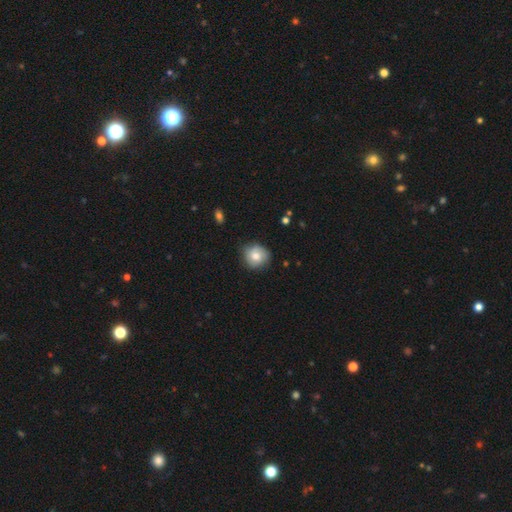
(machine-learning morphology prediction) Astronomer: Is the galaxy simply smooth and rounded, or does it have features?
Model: smooth — 71%.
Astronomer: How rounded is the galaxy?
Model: round — 85%.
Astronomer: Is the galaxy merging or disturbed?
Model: none — 76%.